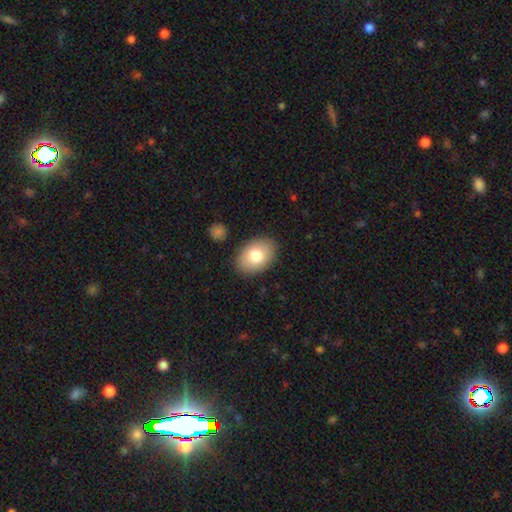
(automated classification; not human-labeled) Morphology: type=smooth (78%); roundness=in between (83%); merging=none (87%).